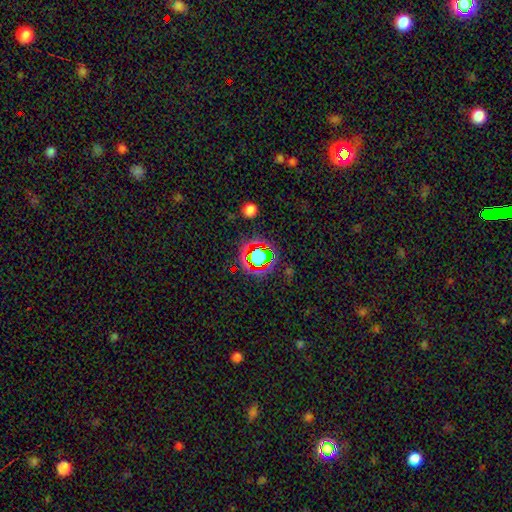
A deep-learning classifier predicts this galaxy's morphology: smooth_or_featured: star or artifact (p=0.58) [alt: smooth p=0.28]